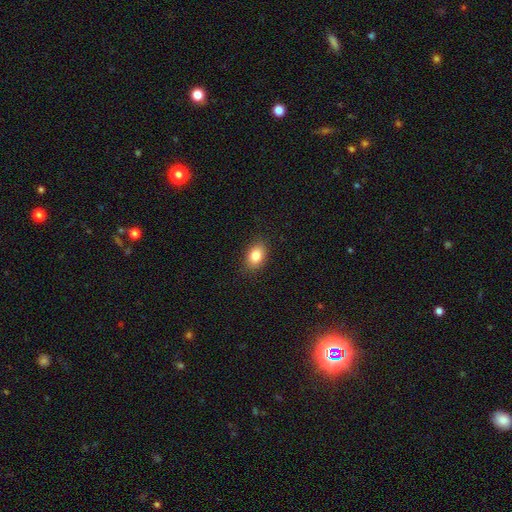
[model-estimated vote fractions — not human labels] Q: Smooth or featured?
A: smooth (83%); runner-up: star or artifact (9%)
Q: How rounded?
A: in between (80%); runner-up: round (19%)
Q: Merging?
A: none (87%); runner-up: minor disturbance (9%)